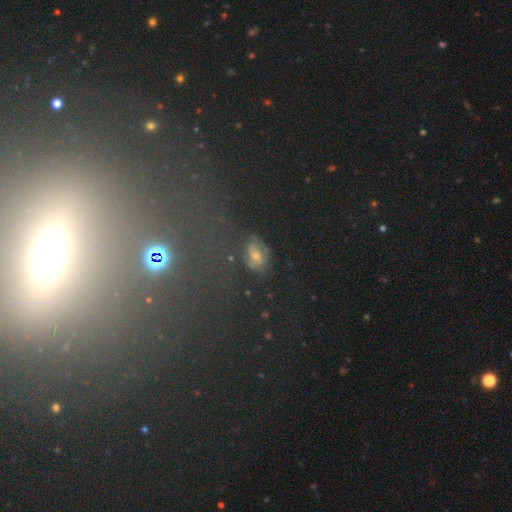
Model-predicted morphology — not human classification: A featured or disk galaxy (36%). Merging: none (61%).